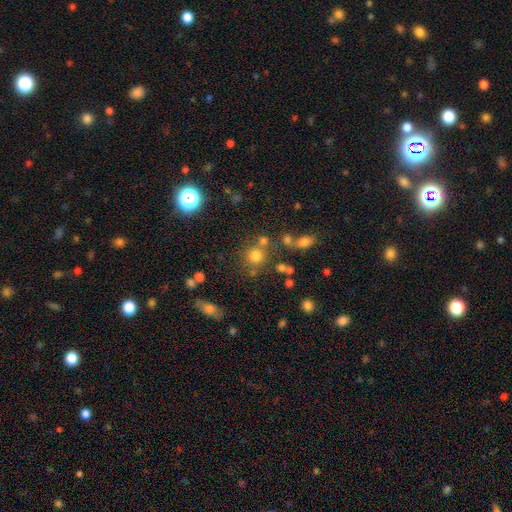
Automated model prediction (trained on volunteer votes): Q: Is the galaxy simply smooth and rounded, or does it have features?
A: smooth — 73%.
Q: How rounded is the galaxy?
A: round — 89%.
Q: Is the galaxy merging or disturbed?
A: none — 66%.